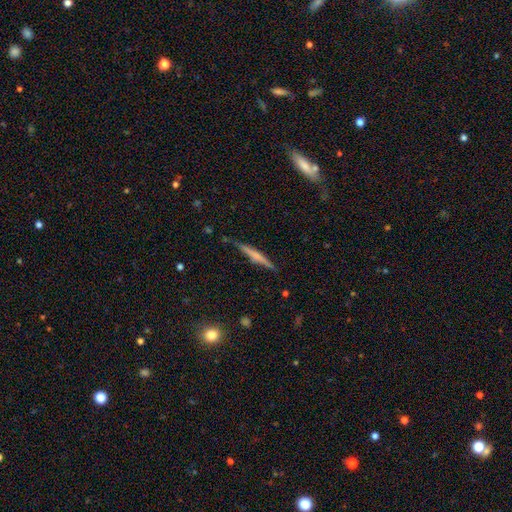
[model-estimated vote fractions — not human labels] smooth_or_featured: featured or disk (p=0.56) [alt: smooth p=0.37]
disk_edge_on: yes (p=0.97) [alt: no p=0.03]
edge_on_bulge: none (p=0.43) [alt: rounded p=0.37]
merging: none (p=0.84) [alt: minor disturbance p=0.12]